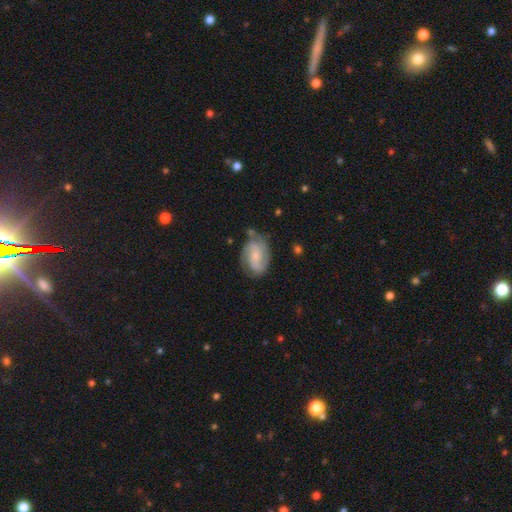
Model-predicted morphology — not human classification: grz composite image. It shows a featured or disk galaxy (75%) with no bar (58%), 2 (64%) medium (45%) spiral arms (94%) and a small central bulge (65%). Merging: none (67%).